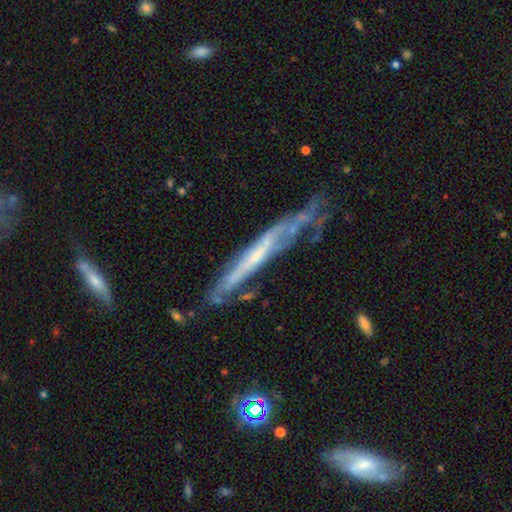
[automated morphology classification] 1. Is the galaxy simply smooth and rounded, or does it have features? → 72% featured or disk, 21% smooth, 7% star or artifact.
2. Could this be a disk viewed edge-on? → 75% yes, 25% no.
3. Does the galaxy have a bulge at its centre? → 67% none, 25% rounded, 7% boxy.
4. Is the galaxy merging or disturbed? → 49% none, 29% minor disturbance, 16% major disturbance, 6% merger.